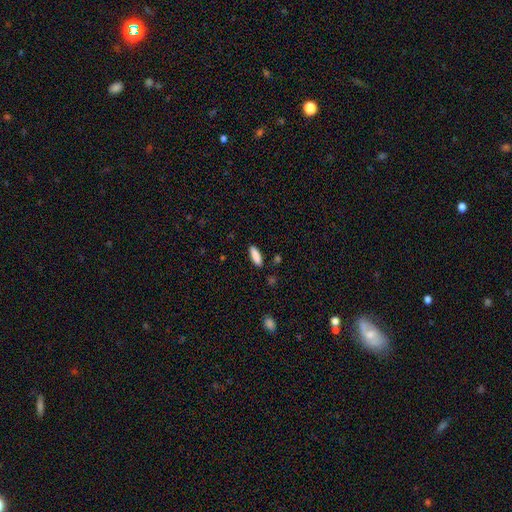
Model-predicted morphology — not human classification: This is clearly a smooth galaxy (88%). How rounded: possibly in between (52%). Merging: clearly none (87%).